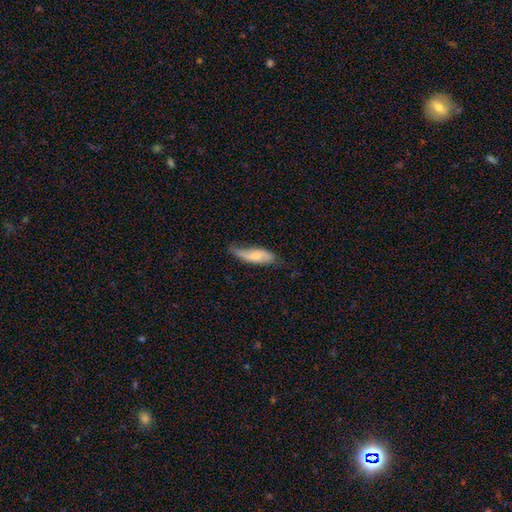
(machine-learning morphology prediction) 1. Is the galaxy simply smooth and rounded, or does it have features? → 56% smooth, 38% featured or disk, 6% star or artifact.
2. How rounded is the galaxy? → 57% in between, 41% cigar-shaped, 2% round.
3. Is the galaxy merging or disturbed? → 50% none, 36% minor disturbance, 12% major disturbance, 2% merger.